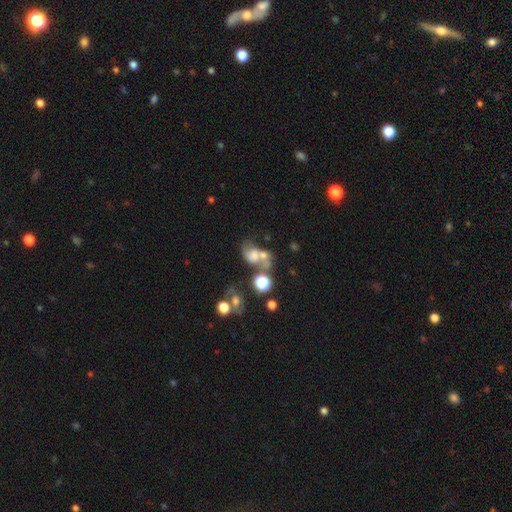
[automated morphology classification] smooth-or-featured: smooth: 46% | featured or disk: 37% | star or artifact: 17%
  merging: merger: 50% | none: 21% | major disturbance: 17% | minor disturbance: 12%